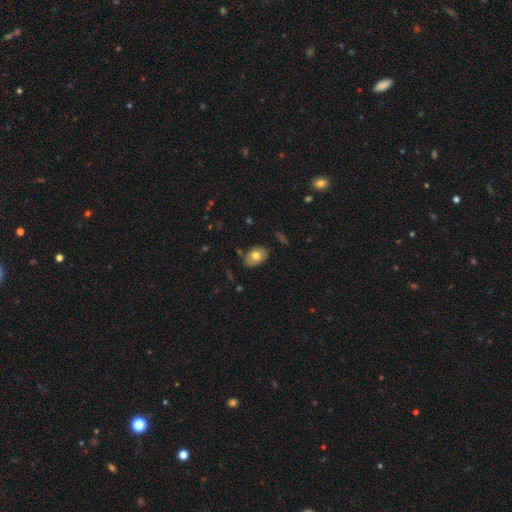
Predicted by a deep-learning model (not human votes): smooth 72%, featured or disk 20%, star or artifact 8%. Down the decision tree: how rounded — in between (83%); merging — none (81%).